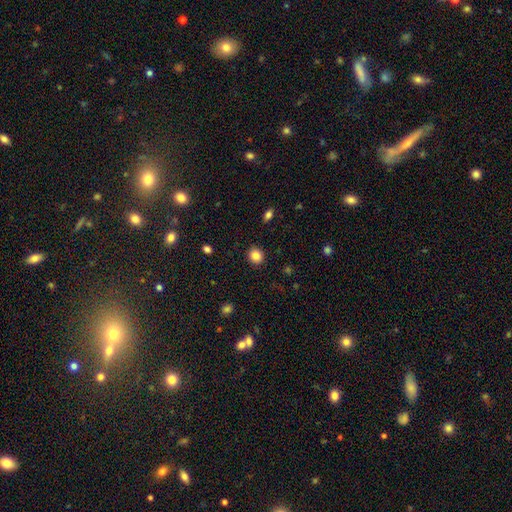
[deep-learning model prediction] Smooth or featured? Predicted: smooth (p=0.85). How rounded? Predicted: round (p=0.81). Merging? Predicted: none (p=0.91).